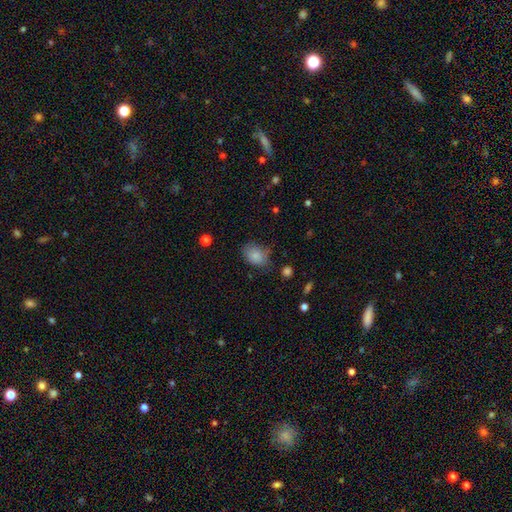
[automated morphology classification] Smooth or featured? Predicted: smooth (p=0.83). How rounded? Predicted: in between (p=0.76). Merging? Predicted: none (p=0.65).